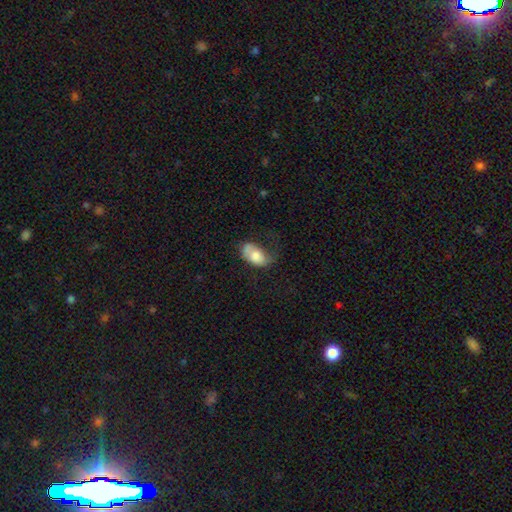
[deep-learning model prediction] Overall: smooth (70%). How rounded: in between (91%). Merging: minor disturbance (33%; major disturbance 32%).